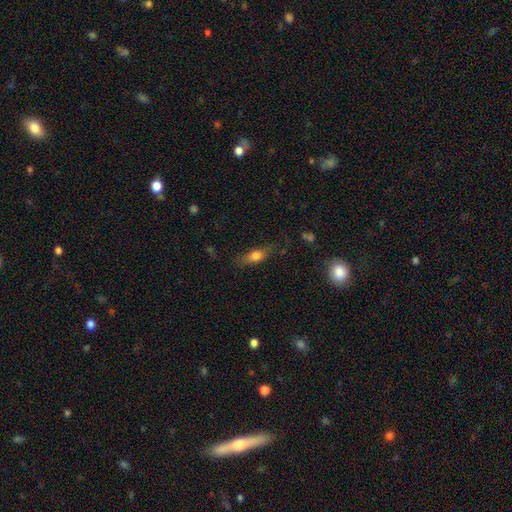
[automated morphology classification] Overall: smooth (68%). How rounded: in between (58%; cigar-shaped 37%). Merging: none (72%).